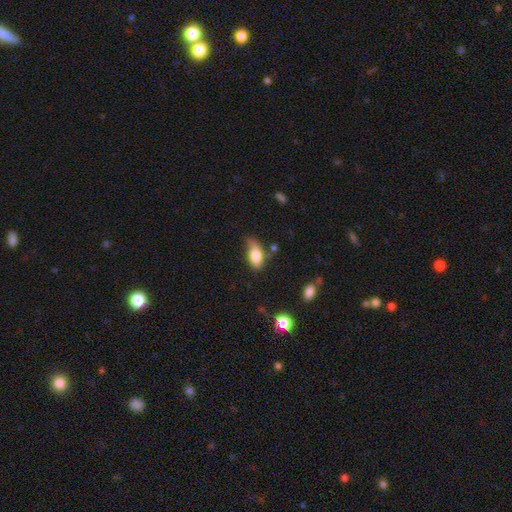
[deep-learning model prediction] Q: Smooth or featured?
A: smooth (81%); runner-up: featured or disk (12%)
Q: How rounded?
A: in between (90%); runner-up: cigar-shaped (6%)
Q: Merging?
A: none (54%); runner-up: minor disturbance (32%)